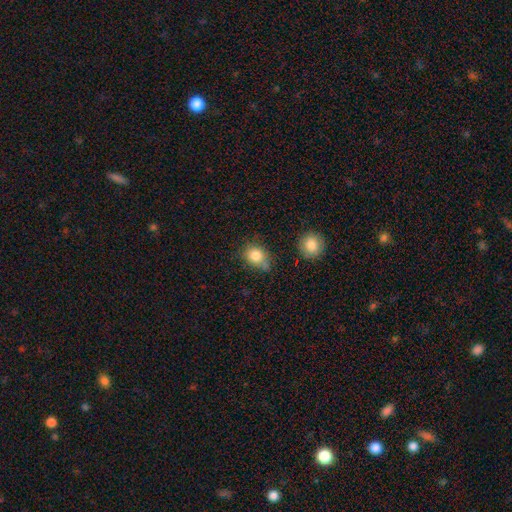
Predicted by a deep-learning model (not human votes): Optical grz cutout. It shows a smooth galaxy with no disk features (82%) that is round (59%). Merging: none (59%).